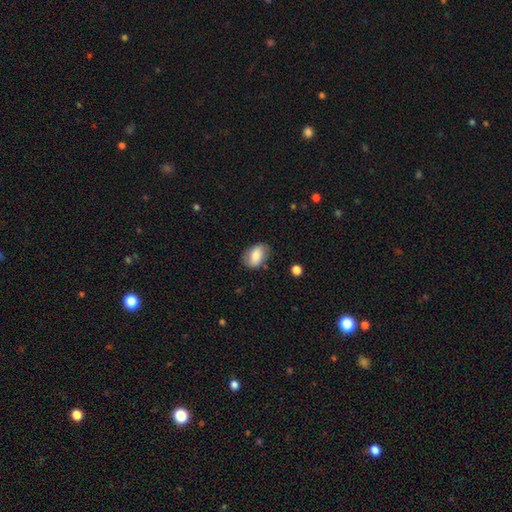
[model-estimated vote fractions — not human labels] Smooth or featured?
  - smooth: 76% *
  - featured or disk: 17%
  - star or artifact: 7%
How rounded?
  - in between: 84% *
  - round: 15%
  - cigar-shaped: 2%
Merging?
  - none: 75% *
  - minor disturbance: 19%
  - major disturbance: 5%
  - merger: 2%